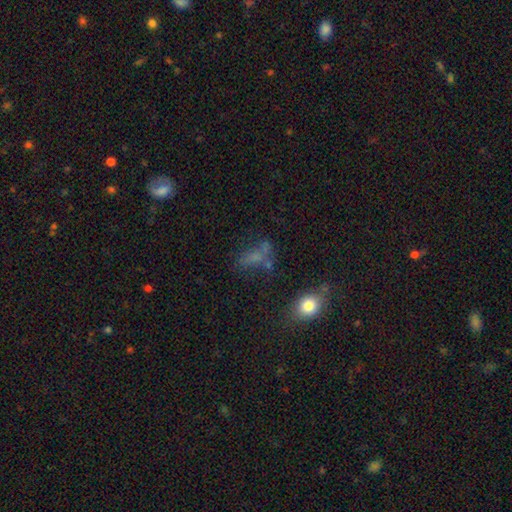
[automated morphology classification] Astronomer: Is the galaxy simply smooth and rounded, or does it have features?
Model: smooth — 54%.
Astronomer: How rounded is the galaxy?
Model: in between — 66%.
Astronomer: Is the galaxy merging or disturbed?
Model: none — 46%.